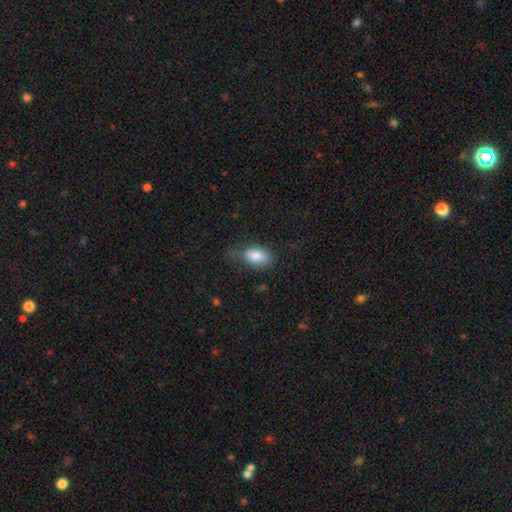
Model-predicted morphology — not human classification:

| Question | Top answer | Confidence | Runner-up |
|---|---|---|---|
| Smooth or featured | smooth | 82% | featured or disk (11%) |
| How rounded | in between | 89% | round (7%) |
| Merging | none | 53% | minor disturbance (32%) |